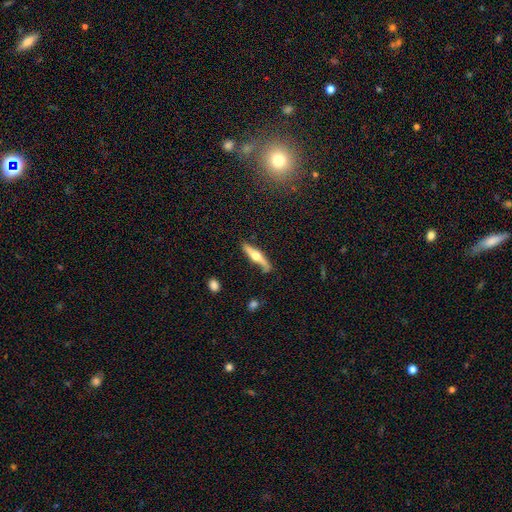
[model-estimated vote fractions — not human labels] A featured or disk galaxy (62%) viewed edge-on (90%) with a rounded central bulge (94%). Merging: none (73%).